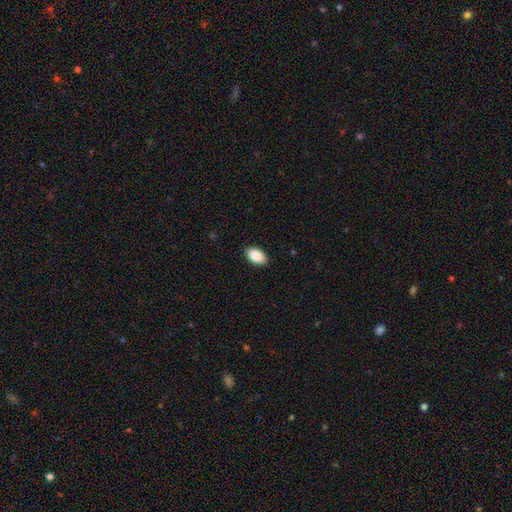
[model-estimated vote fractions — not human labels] Smooth or featured?
  - smooth: 89% *
  - star or artifact: 7%
  - featured or disk: 4%
How rounded?
  - in between: 94% *
  - round: 4%
  - cigar-shaped: 2%
Merging?
  - none: 89% *
  - minor disturbance: 9%
  - major disturbance: 2%
  - merger: 1%